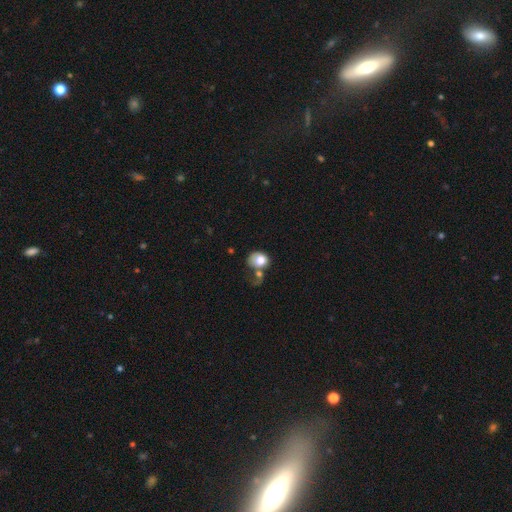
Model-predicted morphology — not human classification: smooth-or-featured: smooth: 61% | featured or disk: 20% | star or artifact: 19%
  how-rounded: round: 67% | in between: 31% | cigar-shaped: 2%
  merging: none: 44% | merger: 25% | minor disturbance: 16% | major disturbance: 15%